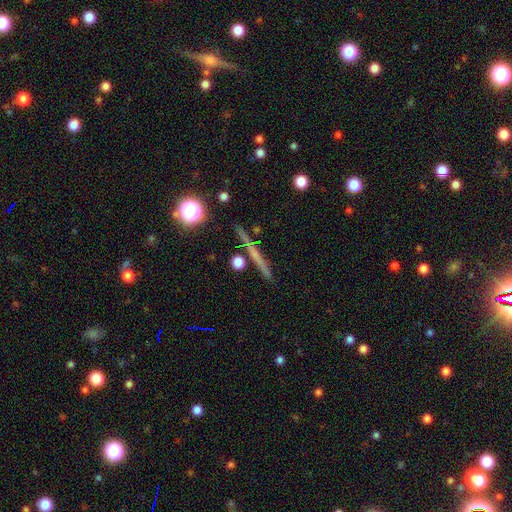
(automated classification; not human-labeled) This appears to be a featured or disk galaxy (45%). Merging: none (83%).